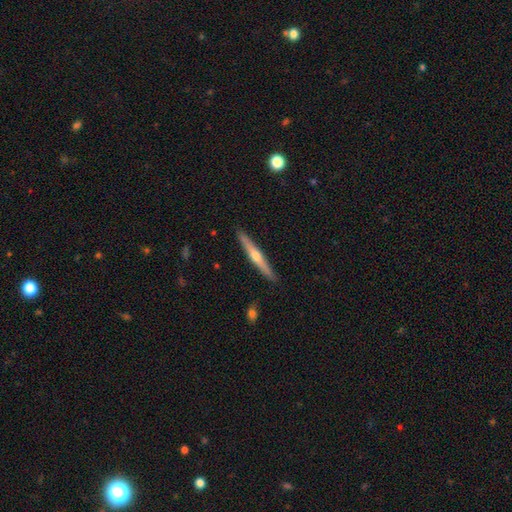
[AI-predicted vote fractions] Smooth or featured?
  - featured or disk: 63% *
  - smooth: 31%
  - star or artifact: 6%
Edge-on disk?
  - yes: 97% *
  - no: 3%
Edge-on bulge?
  - rounded: 85% *
  - none: 12%
  - boxy: 3%
Merging?
  - none: 91% *
  - minor disturbance: 6%
  - major disturbance: 1%
  - merger: 1%